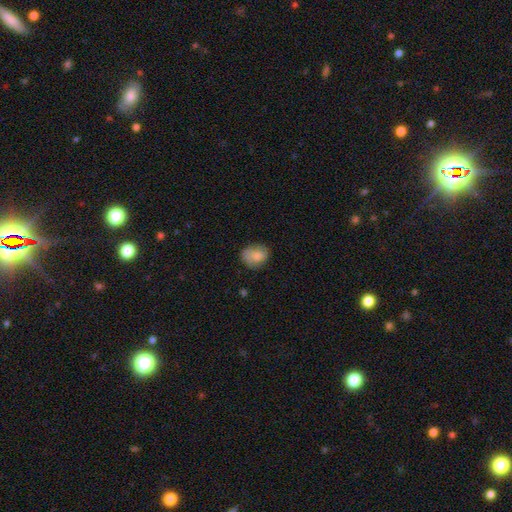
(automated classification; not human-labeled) Smooth or featured: smooth — 79% (featured or disk — 14%)
How rounded: in between — 60% (round — 39%)
Merging: none — 66% (minor disturbance — 25%)